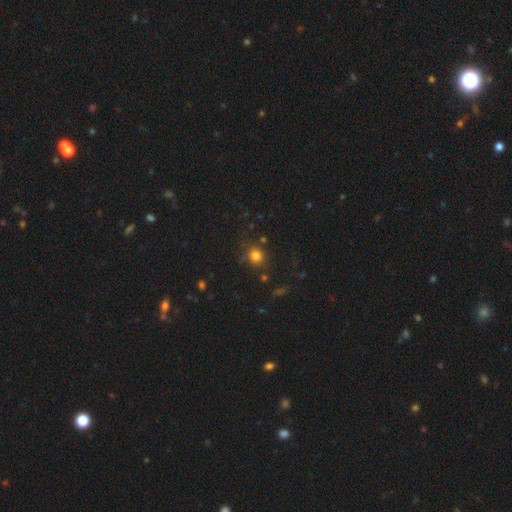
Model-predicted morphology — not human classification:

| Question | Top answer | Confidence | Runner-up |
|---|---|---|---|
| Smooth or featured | smooth | 78% | star or artifact (16%) |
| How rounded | round | 82% | in between (17%) |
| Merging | none | 81% | minor disturbance (11%) |